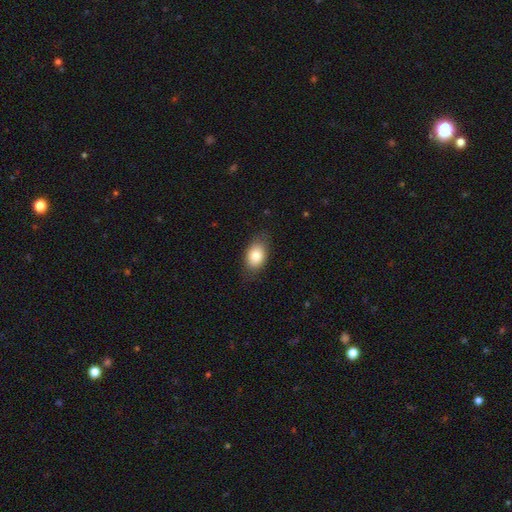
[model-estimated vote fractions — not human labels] Smooth or featured? smooth (83%)
How rounded? in between (85%)
Merging? none (80%)